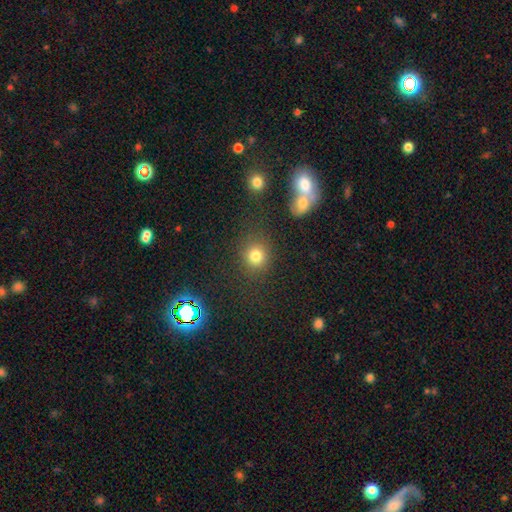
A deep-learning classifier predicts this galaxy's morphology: smooth 79%, star or artifact 14%, featured or disk 6%. Down the decision tree: how rounded — round (85%); merging — none (80%).